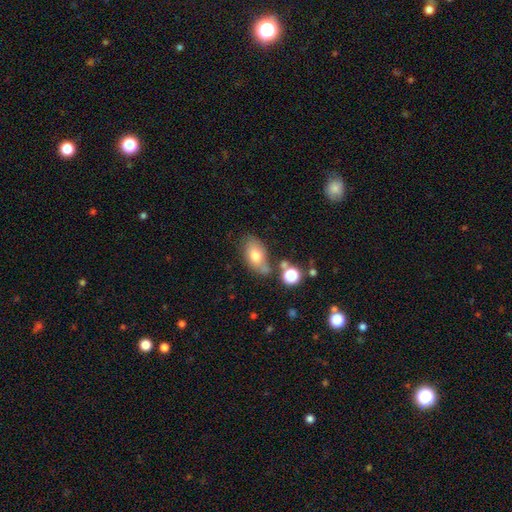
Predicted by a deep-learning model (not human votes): The model was most divided on "merging": none: 56%, minor disturbance: 22%, merger: 14%, major disturbance: 8%. More confident: how rounded — in between (87%); smooth or featured — smooth (72%).